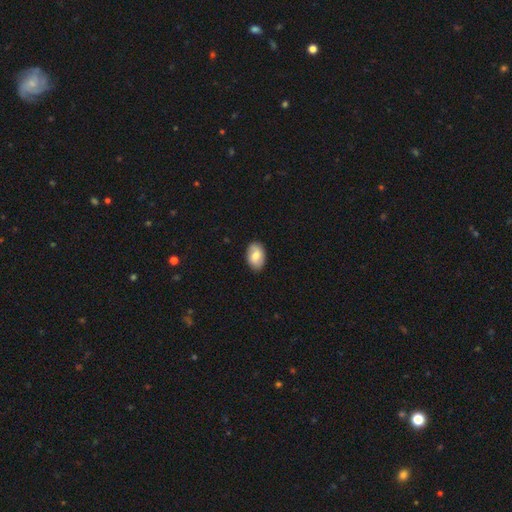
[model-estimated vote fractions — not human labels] smooth 73%, featured or disk 21%, star or artifact 6%. Down the decision tree: how rounded — in between (90%); merging — none (87%).